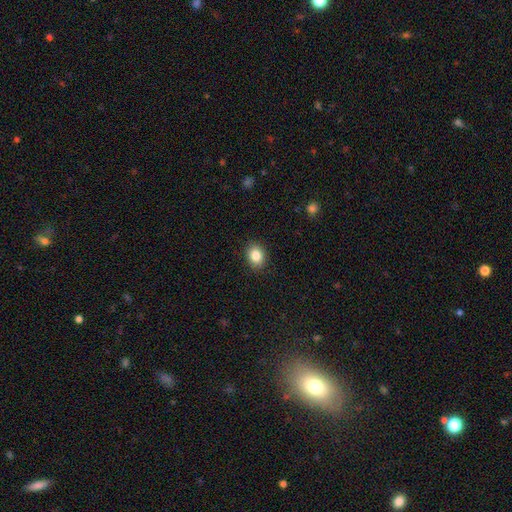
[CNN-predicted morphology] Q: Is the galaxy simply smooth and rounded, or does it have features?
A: smooth — 85%.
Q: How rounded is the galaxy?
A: in between — 53%.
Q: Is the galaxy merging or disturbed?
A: none — 90%.